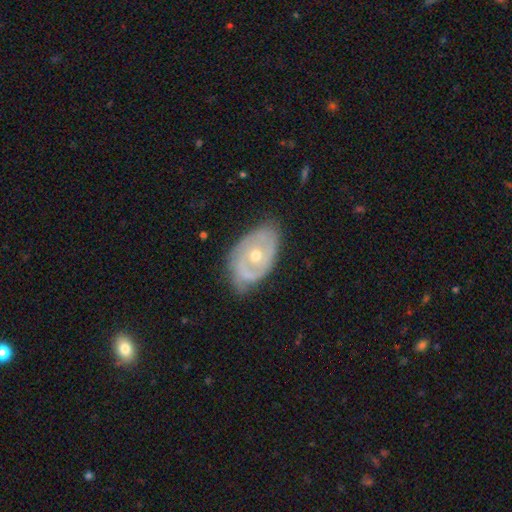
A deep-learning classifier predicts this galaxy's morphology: The model was most divided on "spiral arm count": 2: 42%, can't tell: 33%, 1: 14%, 3: 7%, 4: 2%, more than 4: 2%. More confident: edge-on disk — no (94%); bar — no (80%); smooth or featured — featured or disk (75%); spiral arms — yes (73%); bulge size — moderate (63%); merging — none (63%); spiral winding — tight (58%).